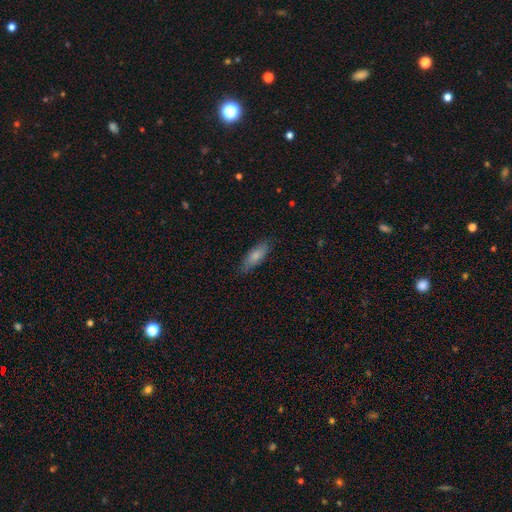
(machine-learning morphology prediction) Q: Smooth or featured?
A: smooth (79%); runner-up: featured or disk (15%)
Q: How rounded?
A: in between (62%); runner-up: cigar-shaped (36%)
Q: Merging?
A: none (81%); runner-up: minor disturbance (15%)